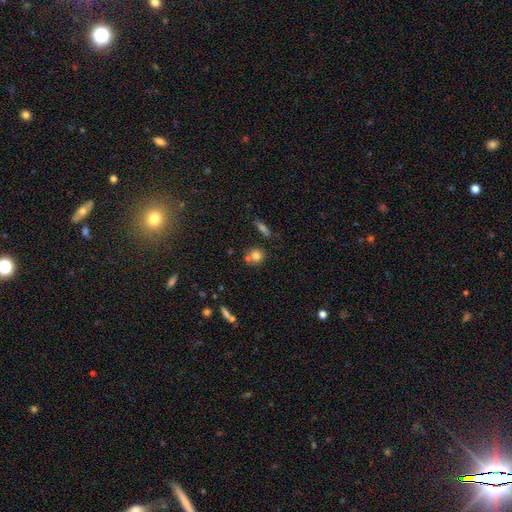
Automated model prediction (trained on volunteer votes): A smooth galaxy with no disk features (76%) that is round (81%). Merging: none (58%).